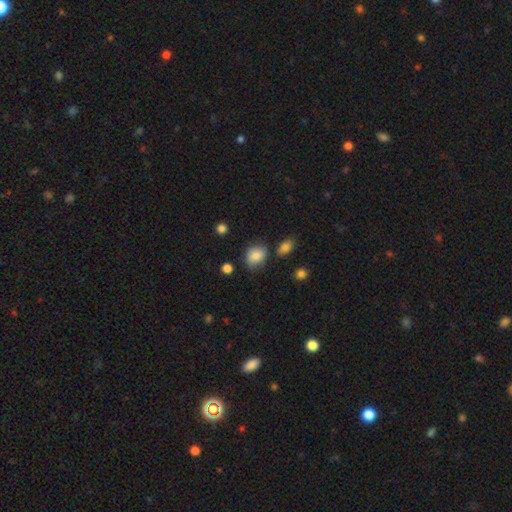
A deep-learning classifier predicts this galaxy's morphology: This appears to be a smooth galaxy with no disk features (83%) that is in between round and cigar-shaped (51%). Merging: none (71%).